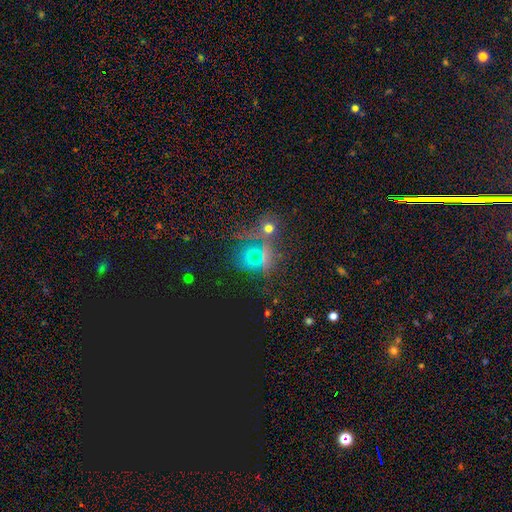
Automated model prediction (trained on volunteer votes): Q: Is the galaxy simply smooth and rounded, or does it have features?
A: star or artifact — 41%.